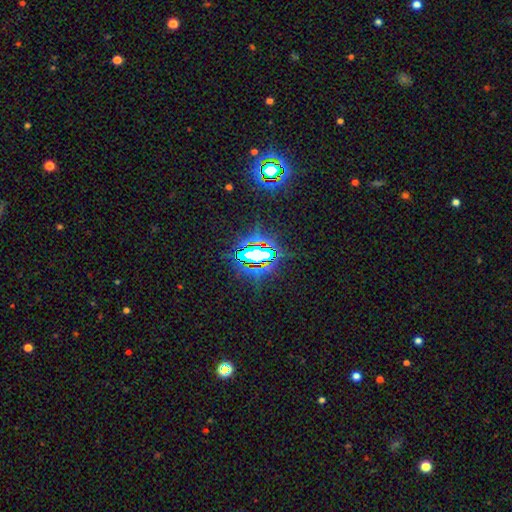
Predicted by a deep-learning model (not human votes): smooth-or-featured: star or artifact: 74% | smooth: 14% | featured or disk: 12%